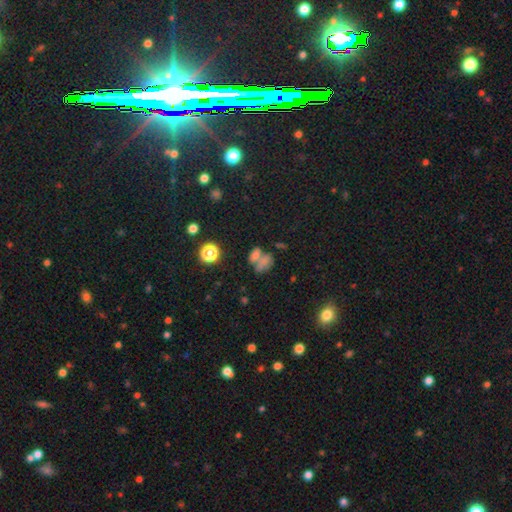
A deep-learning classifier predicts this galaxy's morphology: Smooth or featured? smooth (64%)
How rounded? in between (66%)
Merging? merger (53%)